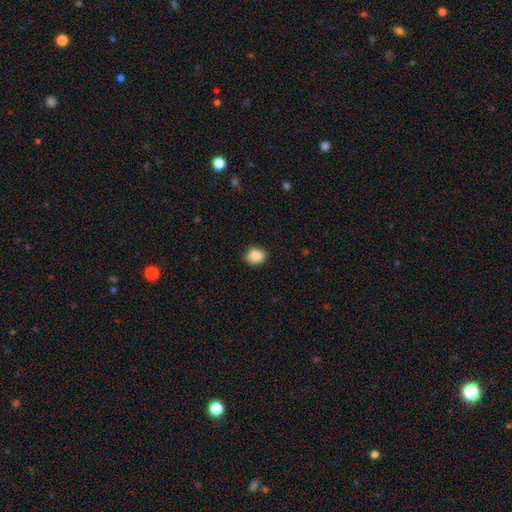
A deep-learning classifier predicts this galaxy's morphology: A smooth galaxy with no disk features (88%) that is round (54%). Merging: none (86%).